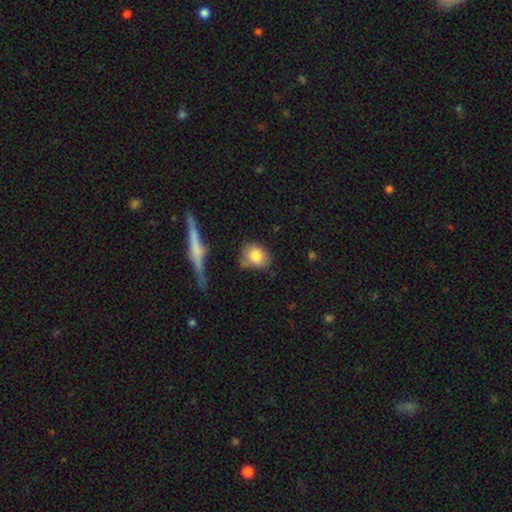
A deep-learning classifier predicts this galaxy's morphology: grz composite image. It shows a smooth galaxy with no disk features (82%) that is round (60%). Merging: none (61%).